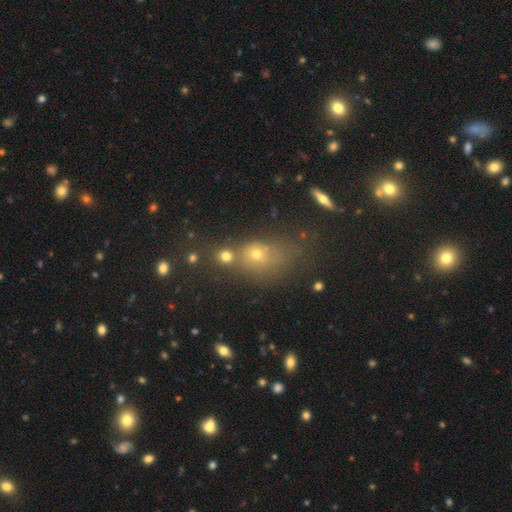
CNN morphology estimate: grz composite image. It shows a smooth galaxy with no disk features (52%) that is round (49%). Merging: none (56%).